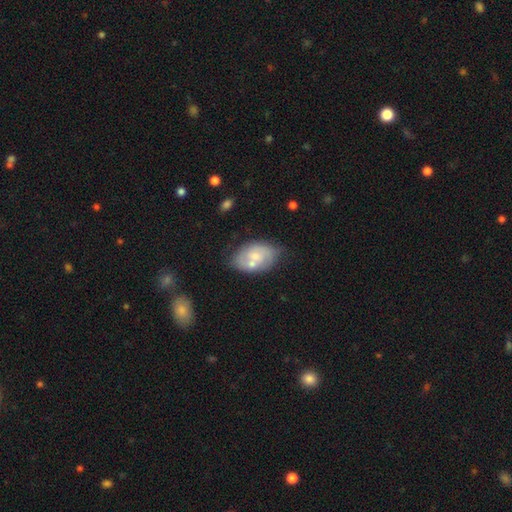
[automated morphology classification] Smooth or featured? smooth (47%, tied with featured or disk)
Merging? none (52%)